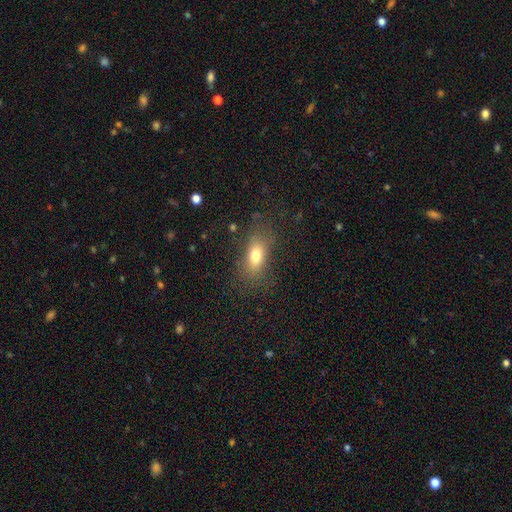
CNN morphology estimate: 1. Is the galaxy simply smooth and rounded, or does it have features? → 74% smooth, 15% featured or disk, 11% star or artifact.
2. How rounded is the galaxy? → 80% in between, 11% round, 9% cigar-shaped.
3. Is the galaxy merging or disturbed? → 75% none, 15% minor disturbance, 9% major disturbance, 2% merger.